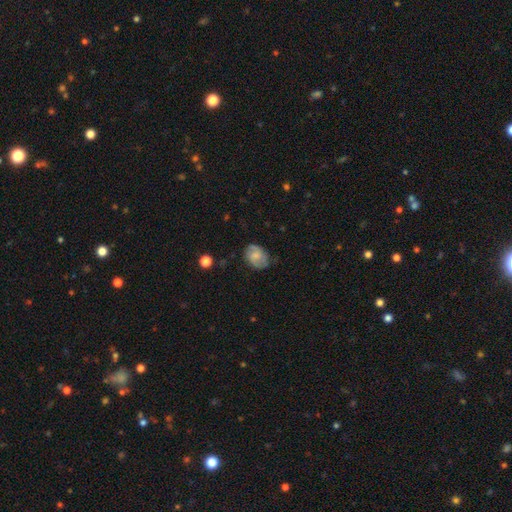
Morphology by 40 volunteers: type=featured or disk (65%); edge-on=no (100%); bar=no (62%); spiral arms=yes (96%); winding=medium (52%); arm count=2 (84%); bulge=small (31%); merging=none (79%).